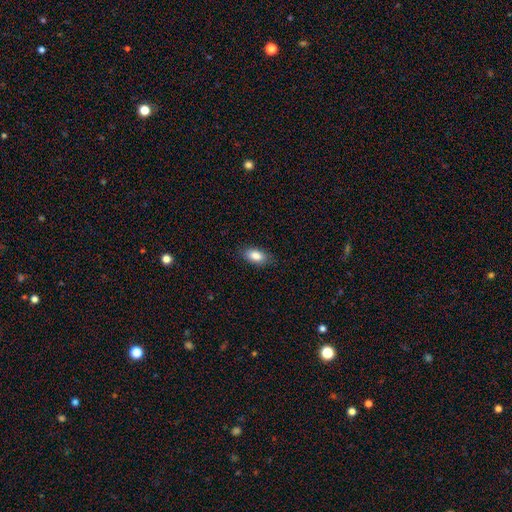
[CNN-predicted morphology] The model was most divided on "merging": none: 84%, minor disturbance: 12%, major disturbance: 3%, merger: 1%. More confident: how rounded — in between (91%); smooth or featured — smooth (85%).